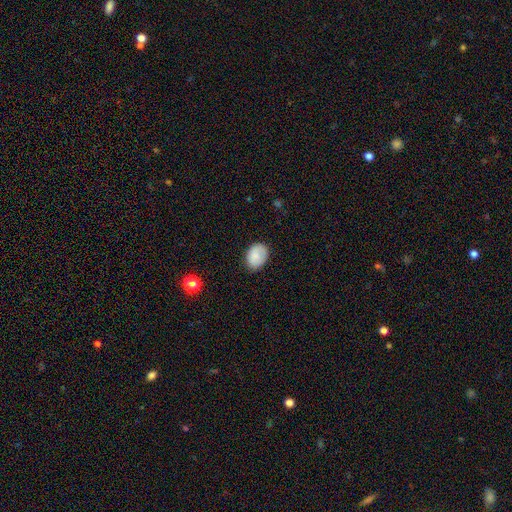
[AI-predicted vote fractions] Morphology: type=smooth (83%); roundness=in between (68%); merging=none (77%).